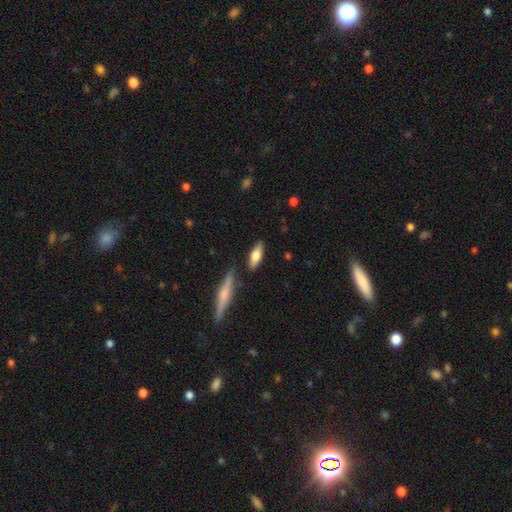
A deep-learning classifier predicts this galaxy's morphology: This appears to be a smooth galaxy with no disk features (70%) that is in between round and cigar-shaped (67%). Merging: none (83%).